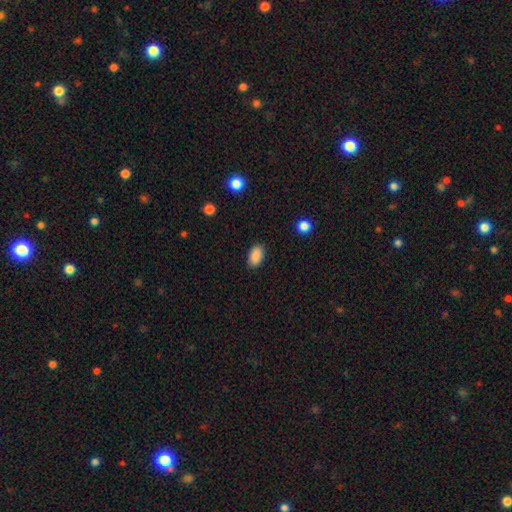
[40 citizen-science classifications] Overall: smooth (92%). How rounded: in between (84%). Merging: none (92%).